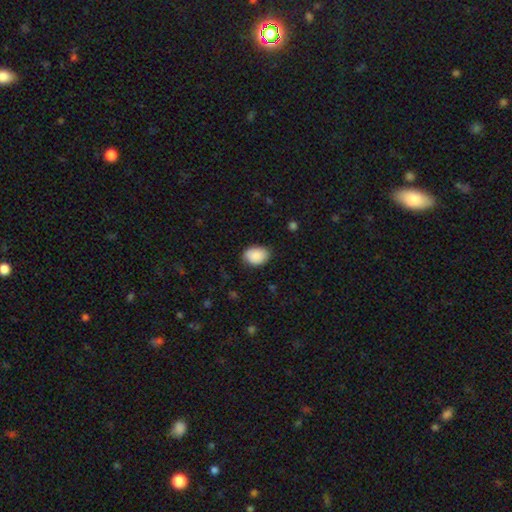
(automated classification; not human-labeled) Smooth or featured? smooth (90%)
How rounded? in between (77%)
Merging? none (81%)